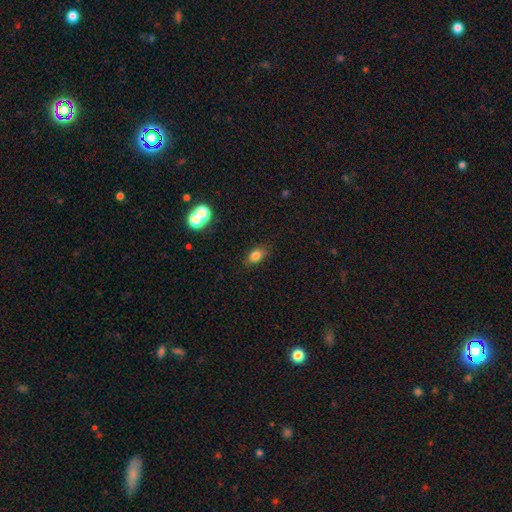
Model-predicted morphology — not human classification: Smooth or featured?
  - smooth: 80% *
  - star or artifact: 12%
  - featured or disk: 8%
How rounded?
  - in between: 82% *
  - round: 15%
  - cigar-shaped: 3%
Merging?
  - none: 81% *
  - minor disturbance: 13%
  - major disturbance: 3%
  - merger: 3%